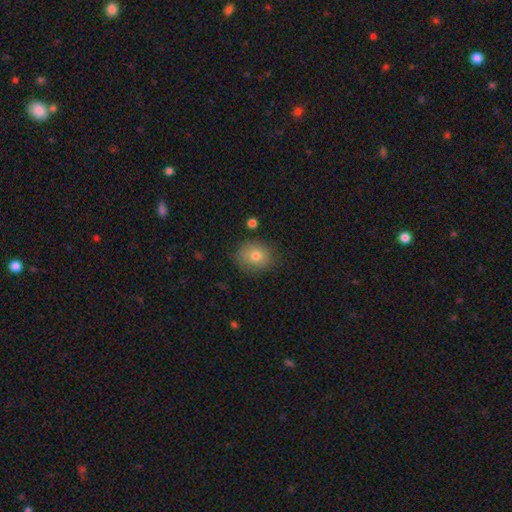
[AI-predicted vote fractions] Overall: smooth (77%). How rounded: round (68%; in between 31%). Merging: none (79%).